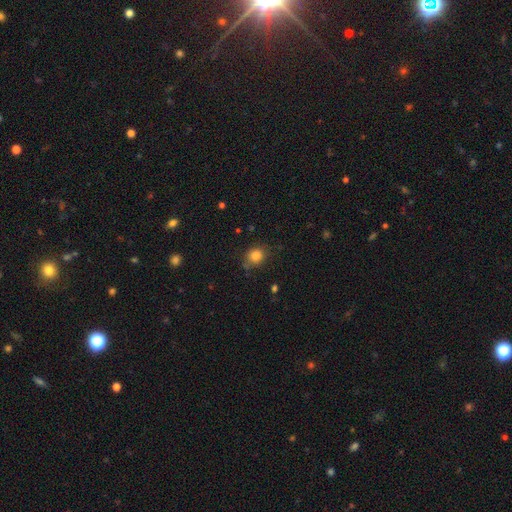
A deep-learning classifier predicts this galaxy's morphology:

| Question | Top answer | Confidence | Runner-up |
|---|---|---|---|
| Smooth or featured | smooth | 82% | star or artifact (12%) |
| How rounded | round | 76% | in between (23%) |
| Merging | none | 79% | minor disturbance (14%) |